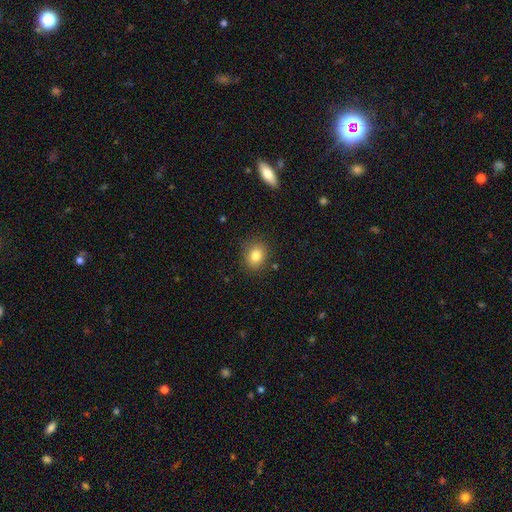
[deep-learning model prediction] Smooth or featured? Predicted: smooth (p=0.81). How rounded? Predicted: round (p=0.65). Merging? Predicted: none (p=0.84).